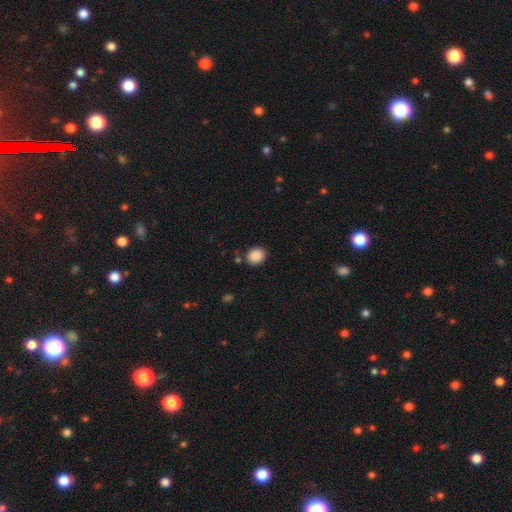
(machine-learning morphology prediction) type=smooth (89%); roundness=round (61%); merging=none (84%).